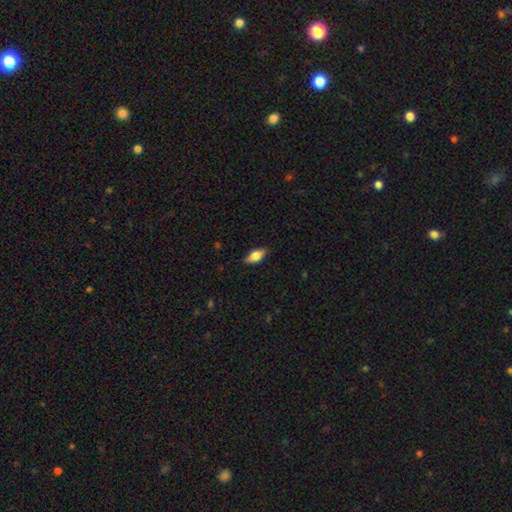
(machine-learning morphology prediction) Q: Smooth or featured?
A: smooth (65%); runner-up: featured or disk (28%)
Q: How rounded?
A: in between (82%); runner-up: cigar-shaped (15%)
Q: Merging?
A: none (85%); runner-up: minor disturbance (11%)